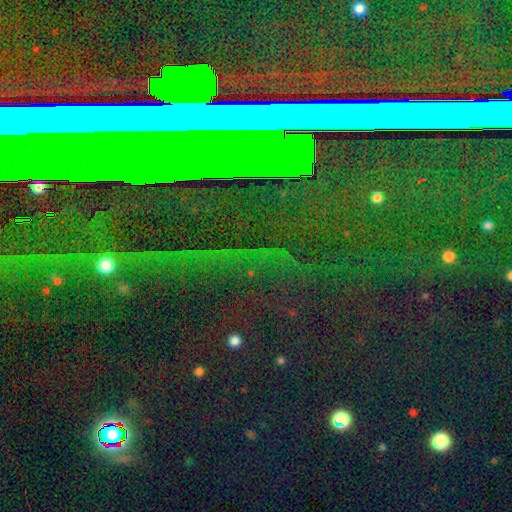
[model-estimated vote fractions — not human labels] The model was most divided on "smooth or featured": star or artifact: 84%, featured or disk: 8%, smooth: 8%.